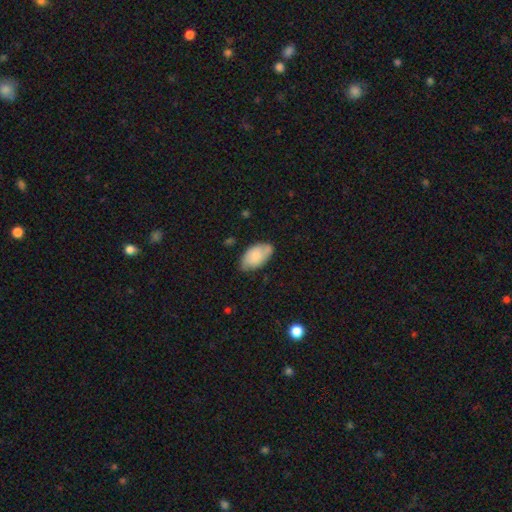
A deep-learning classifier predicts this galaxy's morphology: Overall: smooth (82%). How rounded: in between (95%). Merging: none (65%; minor disturbance 27%).